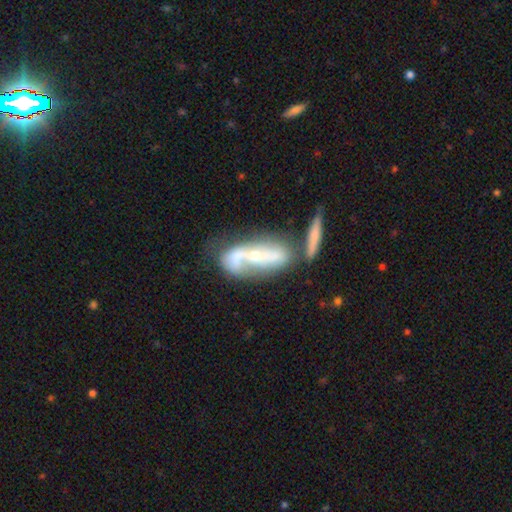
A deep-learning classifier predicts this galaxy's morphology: The model was most divided on "bulge size": small: 48%, moderate: 46%, large: 3%, none: 2%, dominant: 1%. Remaining: edge-on disk — no (84%); spiral arms — yes (75%); smooth or featured — featured or disk (71%); bar — no (50%); merging — merger (42%).